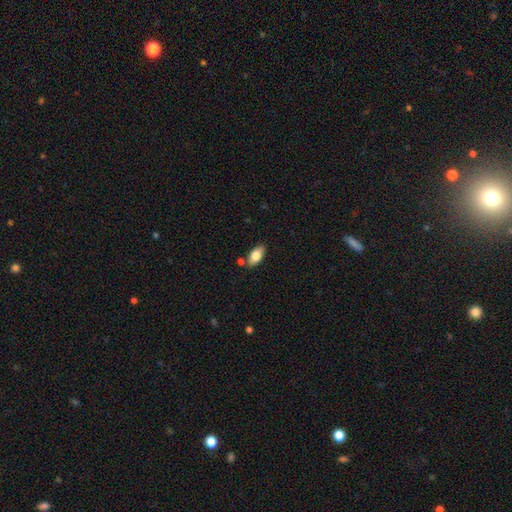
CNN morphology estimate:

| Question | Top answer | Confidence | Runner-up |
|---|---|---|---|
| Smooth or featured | smooth | 78% | featured or disk (16%) |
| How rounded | in between | 92% | cigar-shaped (5%) |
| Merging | none | 78% | minor disturbance (12%) |